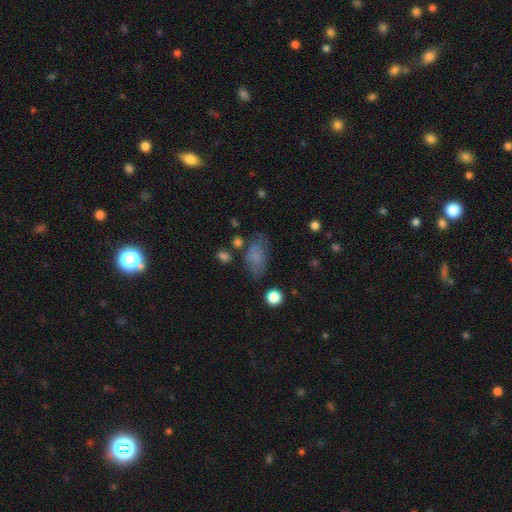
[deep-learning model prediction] Q: Smooth or featured?
A: smooth (70%); runner-up: featured or disk (17%)
Q: How rounded?
A: in between (87%); runner-up: round (8%)
Q: Merging?
A: none (55%); runner-up: minor disturbance (25%)